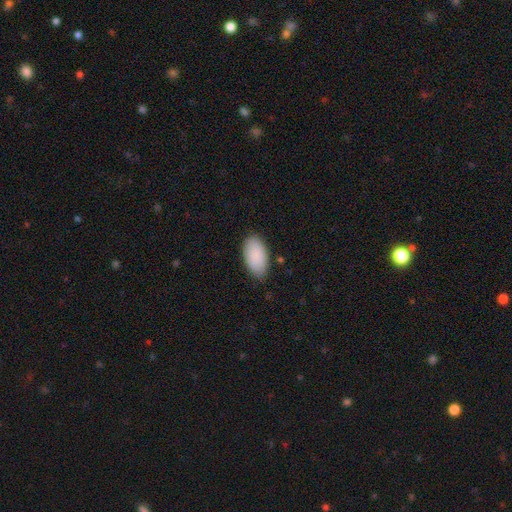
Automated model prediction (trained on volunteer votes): smooth-or-featured: smooth: 90% | star or artifact: 6% | featured or disk: 4%
  how-rounded: in between: 95% | round: 2% | cigar-shaped: 2%
  merging: none: 82% | minor disturbance: 14% | major disturbance: 2% | merger: 1%